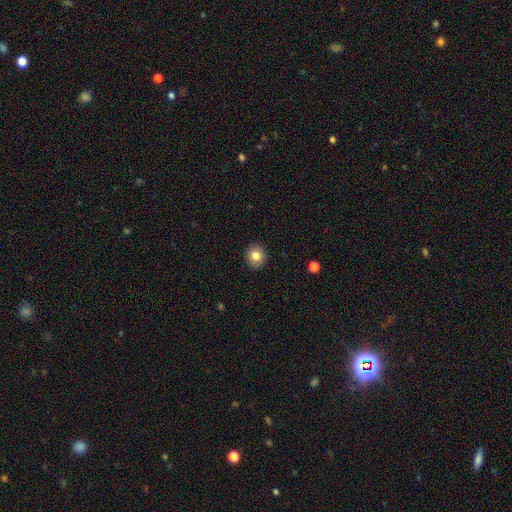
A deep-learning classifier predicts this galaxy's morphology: smooth 83%, star or artifact 9%, featured or disk 8%. Down the decision tree: how rounded — round (83%); merging — none (91%).